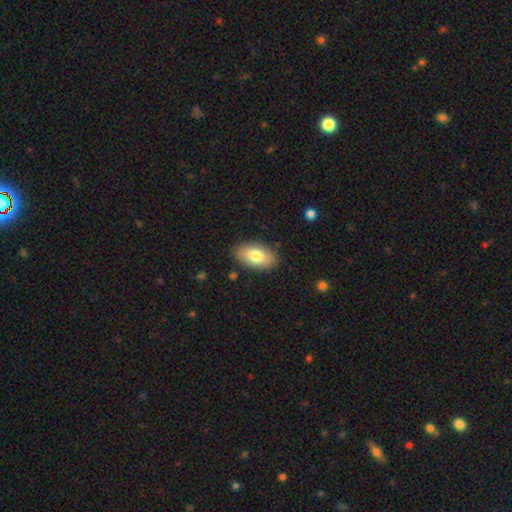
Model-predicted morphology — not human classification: The model was most divided on "smooth or featured": smooth: 79%, featured or disk: 15%, star or artifact: 6%. More confident: how rounded — in between (94%); merging — none (87%).